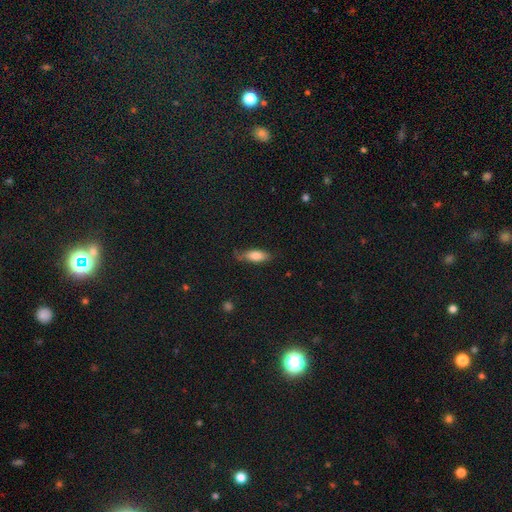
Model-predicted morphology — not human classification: Overall: smooth (75%). How rounded: in between (65%; cigar-shaped 33%). Merging: none (68%).